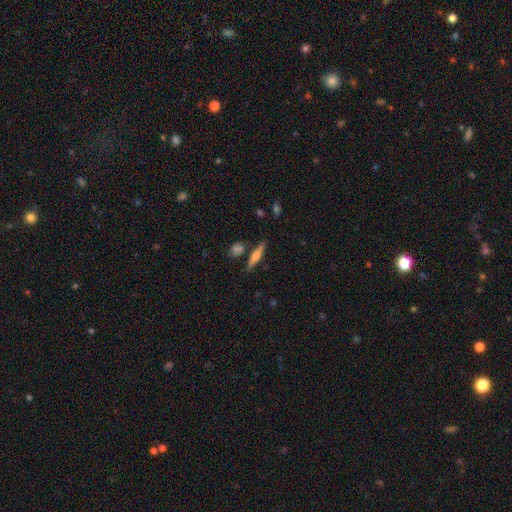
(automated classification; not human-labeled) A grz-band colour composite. It shows a smooth galaxy with no disk features (48%). Merging: none (80%).